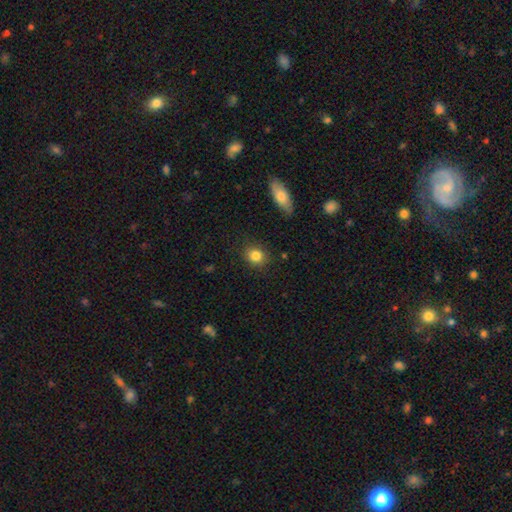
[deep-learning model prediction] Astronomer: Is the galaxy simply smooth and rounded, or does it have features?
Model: smooth — 84%.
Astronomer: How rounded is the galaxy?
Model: round — 70%.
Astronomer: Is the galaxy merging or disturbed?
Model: none — 86%.